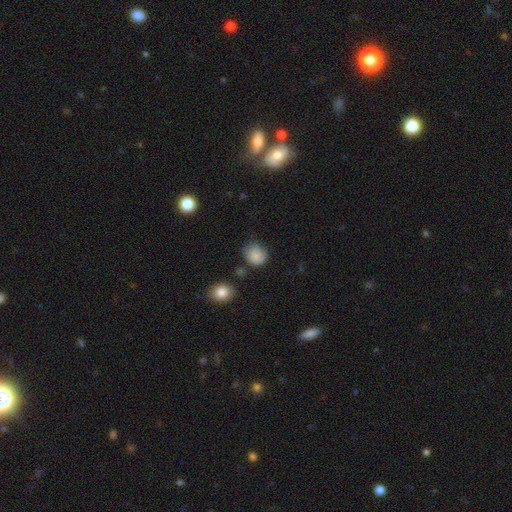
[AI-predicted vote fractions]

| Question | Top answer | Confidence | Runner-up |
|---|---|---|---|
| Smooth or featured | smooth | 84% | star or artifact (9%) |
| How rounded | round | 76% | in between (23%) |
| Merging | none | 66% | minor disturbance (25%) |